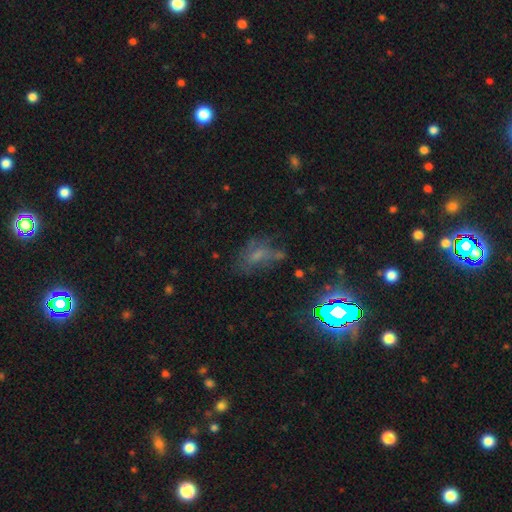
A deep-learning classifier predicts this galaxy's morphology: The model was most divided on "smooth or featured": smooth: 36%, featured or disk: 33%, star or artifact: 31%. Remaining: merging — none (44%).